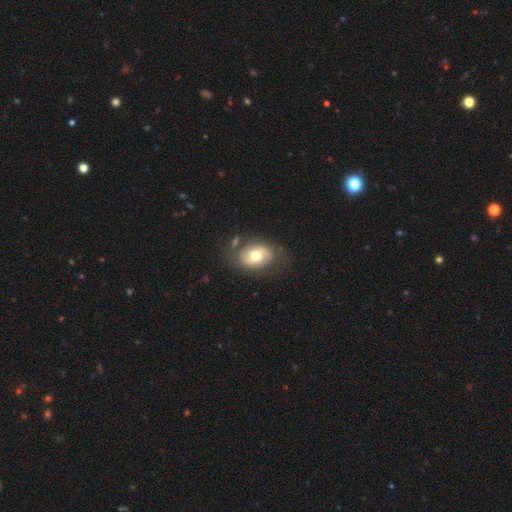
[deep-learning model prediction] A smooth galaxy with no disk features (62%) that is in between round and cigar-shaped (74%). Merging: none (67%).